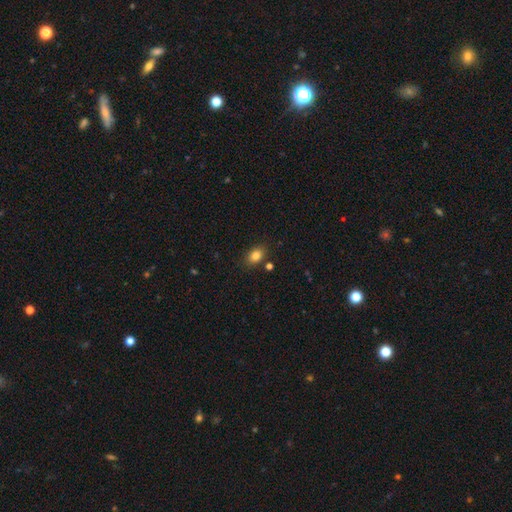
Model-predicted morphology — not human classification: Overall: smooth (83%). How rounded: in between (77%). Merging: none (82%).